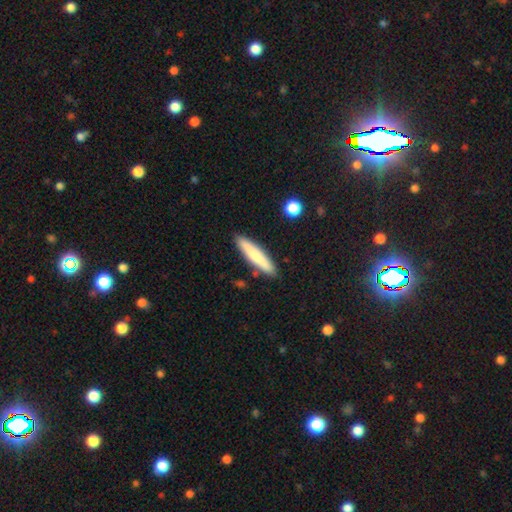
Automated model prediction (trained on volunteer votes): The model was most divided on "smooth or featured": smooth: 74%, featured or disk: 20%, star or artifact: 6%. More confident: merging — none (87%); how rounded — cigar-shaped (86%).